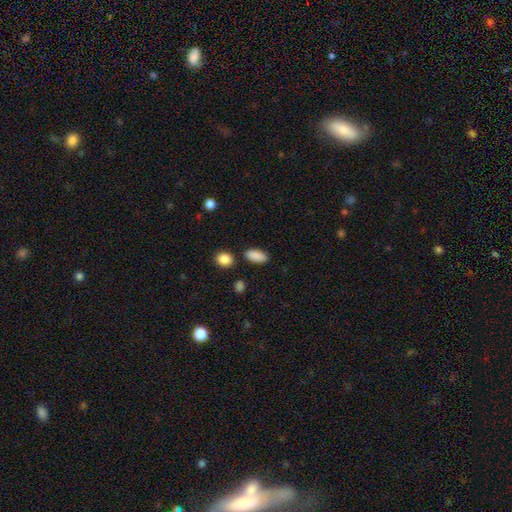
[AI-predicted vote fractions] A smooth galaxy with no disk features (89%) that is in between round and cigar-shaped (88%). Merging: none (84%).